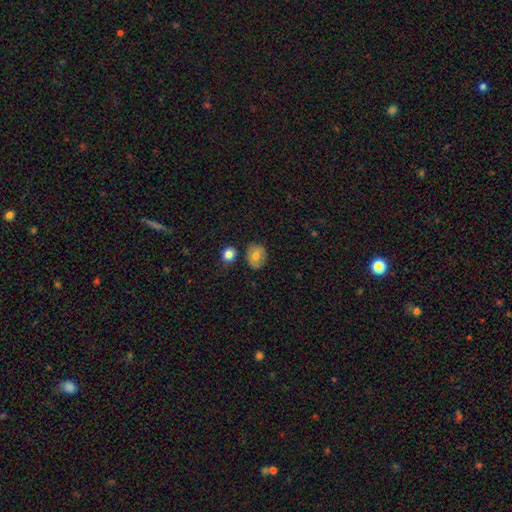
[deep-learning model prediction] smooth 72%, featured or disk 20%, star or artifact 8%. Down the decision tree: how rounded — round (53%); merging — none (74%).